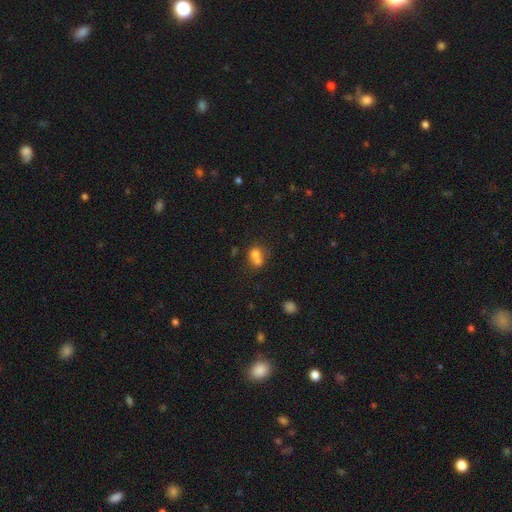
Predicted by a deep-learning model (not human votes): Smooth or featured?
  - smooth: 71% *
  - featured or disk: 17%
  - star or artifact: 12%
How rounded?
  - round: 64% *
  - in between: 34%
  - cigar-shaped: 1%
Merging?
  - merger: 63% *
  - none: 25%
  - minor disturbance: 8%
  - major disturbance: 4%